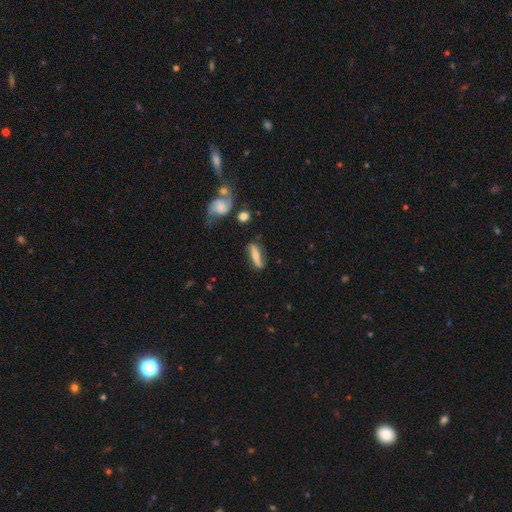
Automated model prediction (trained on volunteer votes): Smooth or featured? Predicted: featured or disk (p=0.62). Edge-on disk? Predicted: no (p=0.58). Merging? Predicted: none (p=0.74).